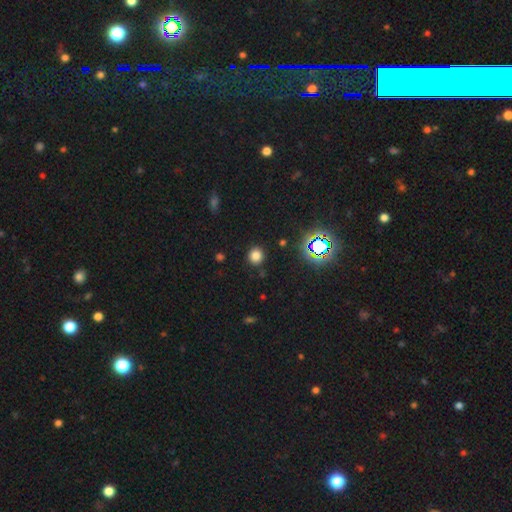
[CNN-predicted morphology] This is likely a smooth galaxy (76%). How rounded: clearly round (90%). Merging: clearly none (88%).